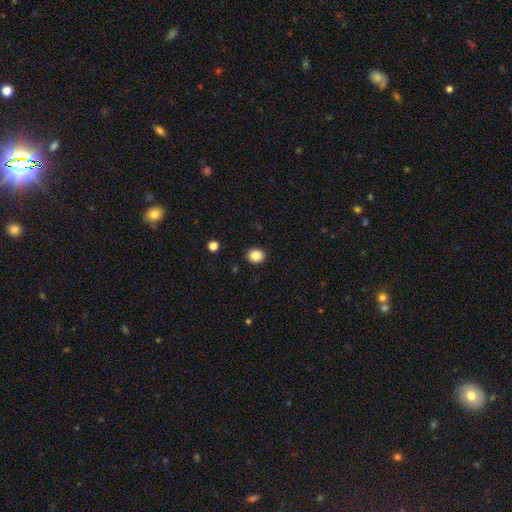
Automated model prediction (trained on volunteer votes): Q: Smooth or featured?
A: smooth (86%); runner-up: star or artifact (10%)
Q: How rounded?
A: round (63%); runner-up: in between (36%)
Q: Merging?
A: none (91%); runner-up: minor disturbance (6%)